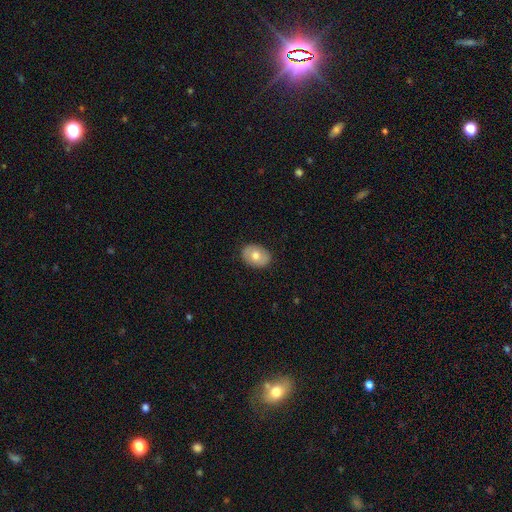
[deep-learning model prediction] Smooth or featured?
  - smooth: 70% *
  - featured or disk: 23%
  - star or artifact: 7%
How rounded?
  - in between: 68% *
  - round: 31%
  - cigar-shaped: 1%
Merging?
  - none: 88% *
  - minor disturbance: 9%
  - major disturbance: 2%
  - merger: 1%